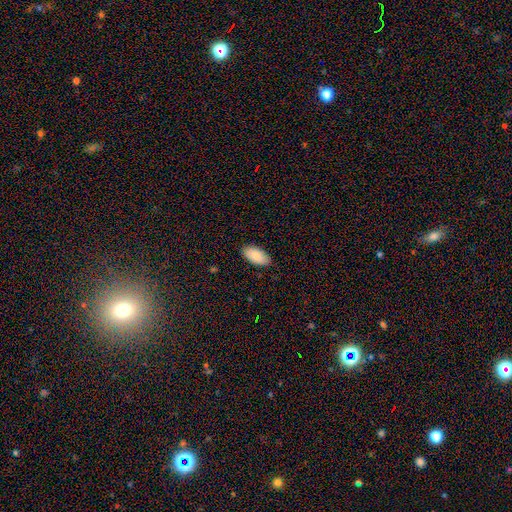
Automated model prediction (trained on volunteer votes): A smooth galaxy with no disk features (86%) that is in between round and cigar-shaped (95%).

Vote fractions:
- Smooth or featured? smooth: 86% / featured or disk: 8% / star or artifact: 6%
- How rounded? in between: 95% / cigar-shaped: 3% / round: 2%
- Merging? none: 87% / minor disturbance: 11% / major disturbance: 2% / merger: 1%